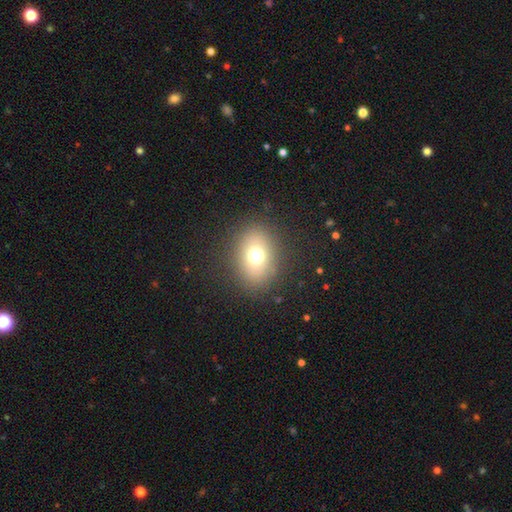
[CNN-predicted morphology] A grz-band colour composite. It shows a smooth galaxy with no disk features (68%) that is in between round and cigar-shaped (50%). Merging: none (85%).